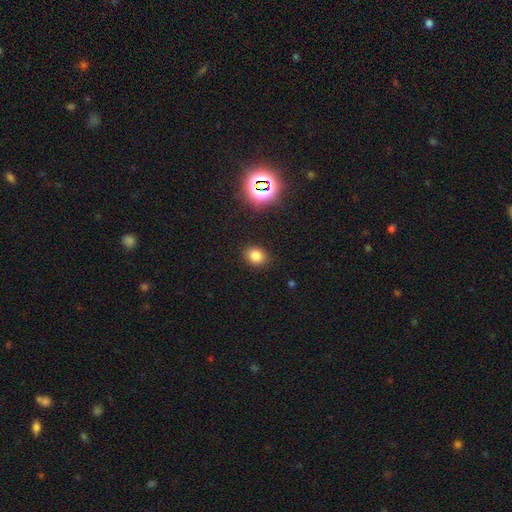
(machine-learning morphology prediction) Smooth or featured? Predicted: smooth (p=0.77). How rounded? Predicted: round (p=0.51). Merging? Predicted: none (p=0.88).